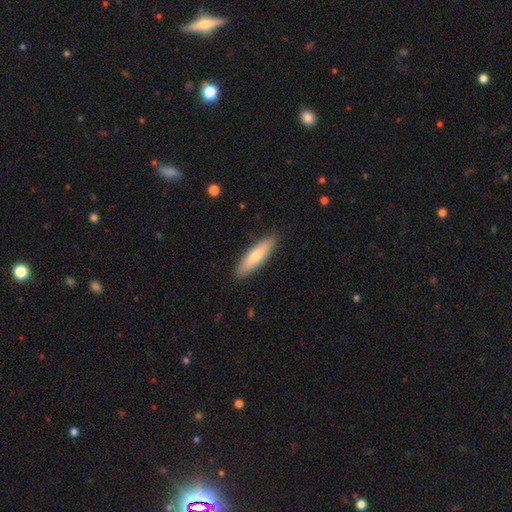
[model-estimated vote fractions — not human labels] Smooth or featured: smooth — 76% (featured or disk — 19%)
How rounded: cigar-shaped — 64% (in between — 34%)
Merging: none — 89% (minor disturbance — 9%)